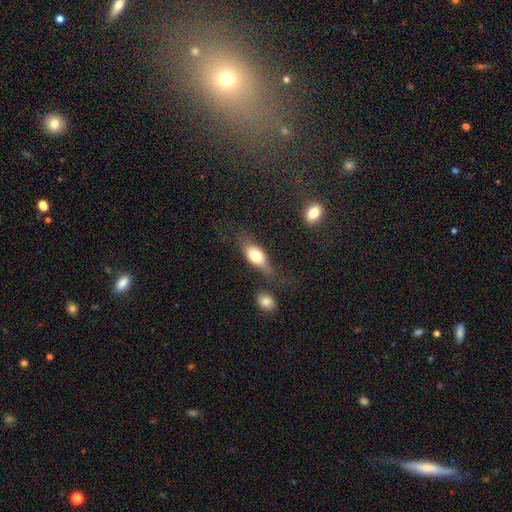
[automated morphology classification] smooth-or-featured: smooth: 66% | featured or disk: 27% | star or artifact: 8%
  how-rounded: in between: 72% | cigar-shaped: 18% | round: 9%
  merging: none: 51% | minor disturbance: 24% | major disturbance: 16% | merger: 10%